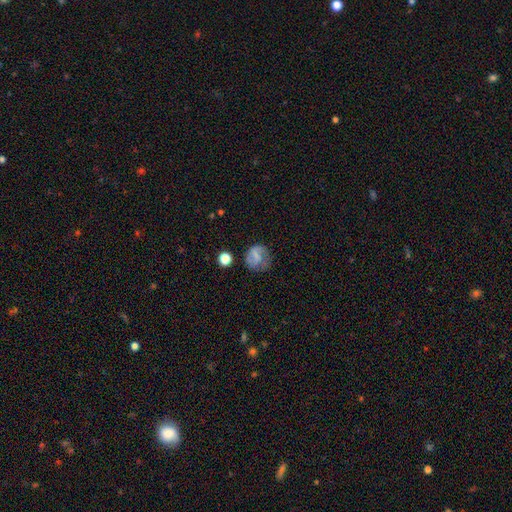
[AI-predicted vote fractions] smooth-or-featured: smooth: 52% | featured or disk: 37% | star or artifact: 11%
  how-rounded: round: 75% | in between: 24% | cigar-shaped: 1%
  merging: none: 58% | minor disturbance: 24% | major disturbance: 16% | merger: 3%